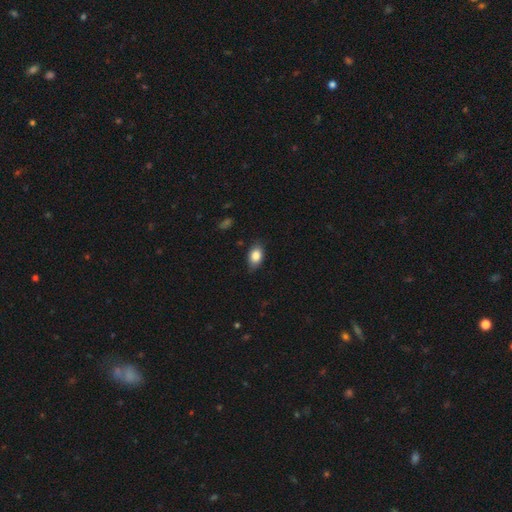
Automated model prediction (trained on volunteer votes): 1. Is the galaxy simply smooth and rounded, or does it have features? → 85% smooth, 8% featured or disk, 8% star or artifact.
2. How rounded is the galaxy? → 85% in between, 13% round, 2% cigar-shaped.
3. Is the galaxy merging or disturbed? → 78% none, 18% minor disturbance, 3% major disturbance, 1% merger.